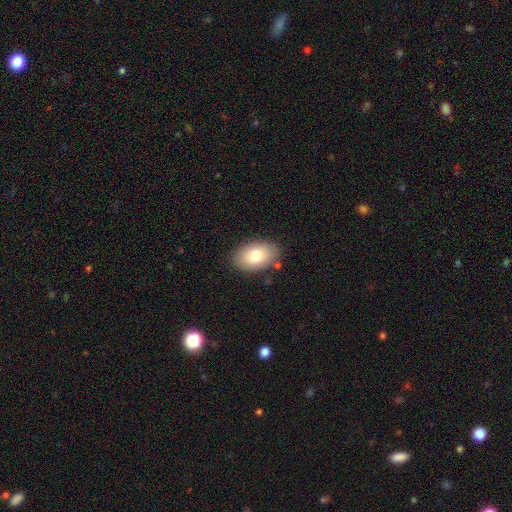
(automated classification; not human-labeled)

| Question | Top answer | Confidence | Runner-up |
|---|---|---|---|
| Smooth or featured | smooth | 78% | featured or disk (14%) |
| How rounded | in between | 88% | round (10%) |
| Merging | none | 85% | minor disturbance (11%) |